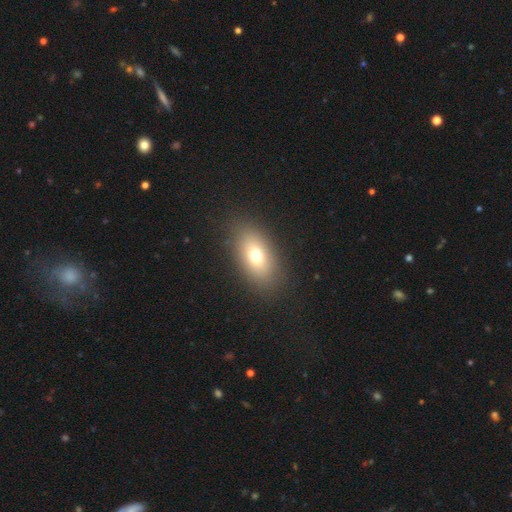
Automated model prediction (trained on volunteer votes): smooth 72%, featured or disk 16%, star or artifact 12%. Down the decision tree: how rounded — in between (85%); merging — none (86%).